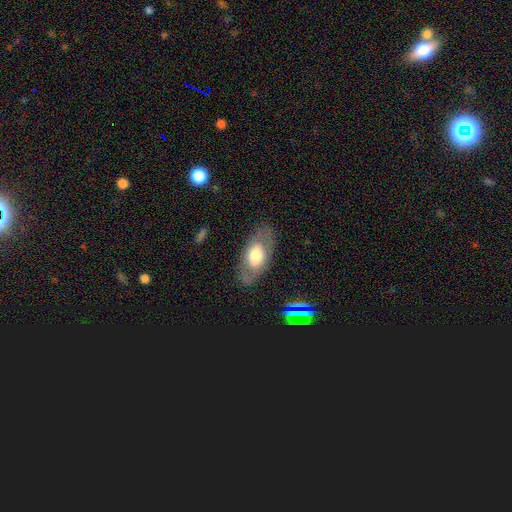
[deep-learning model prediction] Smooth or featured? smooth (54%)
How rounded? in between (91%)
Merging? none (81%)